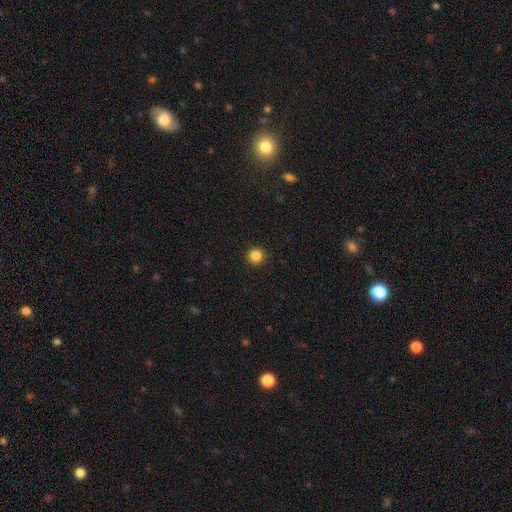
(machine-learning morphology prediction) This appears to be a smooth galaxy with no disk features (85%) that is round (96%). Merging: none (93%).